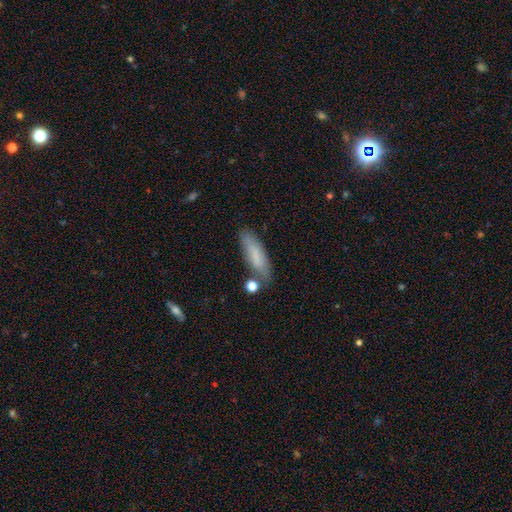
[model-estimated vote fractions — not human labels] Smooth or featured? smooth (76%)
How rounded? cigar-shaped (55%)
Merging? none (69%)